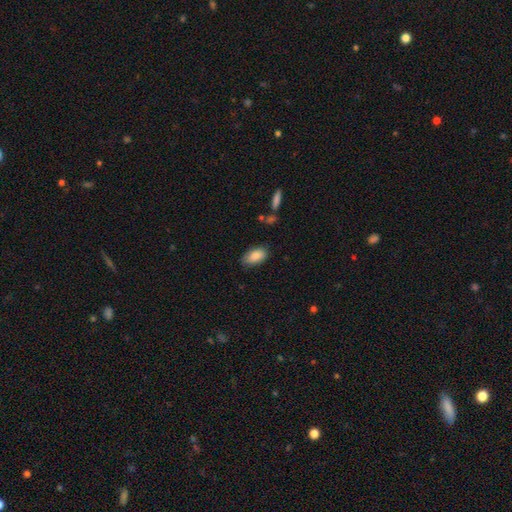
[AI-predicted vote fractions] A smooth galaxy with no disk features (85%) that is in between round and cigar-shaped (93%). Merging: none (78%).